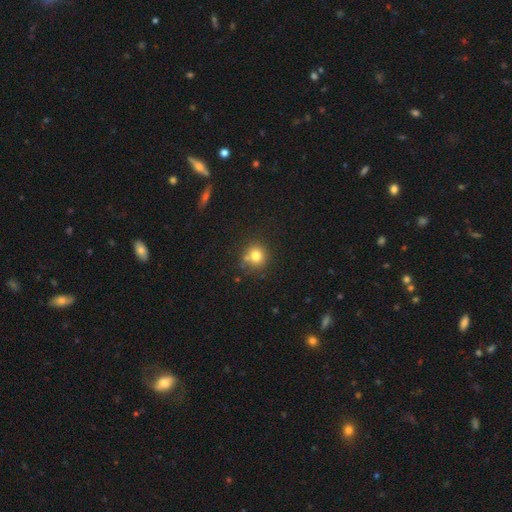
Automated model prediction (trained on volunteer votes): smooth-or-featured: smooth: 77% | star or artifact: 13% | featured or disk: 10%
  how-rounded: round: 87% | in between: 12% | cigar-shaped: 1%
  merging: none: 69% | merger: 13% | minor disturbance: 13% | major disturbance: 4%